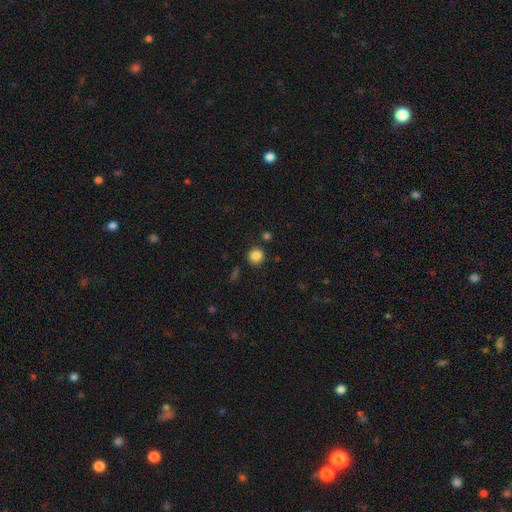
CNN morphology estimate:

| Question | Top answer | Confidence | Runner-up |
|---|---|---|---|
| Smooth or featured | smooth | 85% | star or artifact (11%) |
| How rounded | round | 92% | in between (7%) |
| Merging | none | 88% | minor disturbance (7%) |